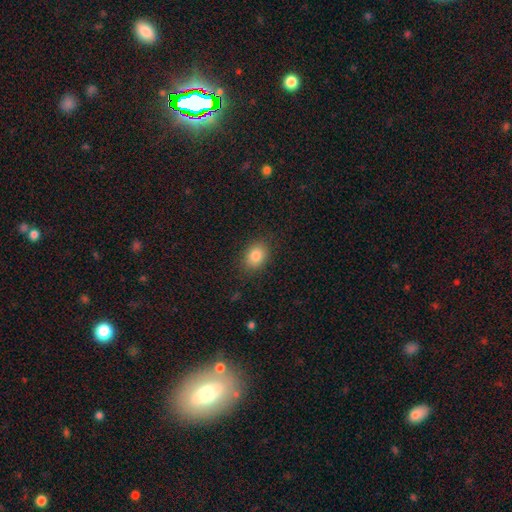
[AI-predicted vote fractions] smooth-or-featured: smooth: 84% | star or artifact: 10% | featured or disk: 7%
  how-rounded: in between: 64% | round: 35% | cigar-shaped: 1%
  merging: none: 86% | minor disturbance: 10% | major disturbance: 3% | merger: 1%